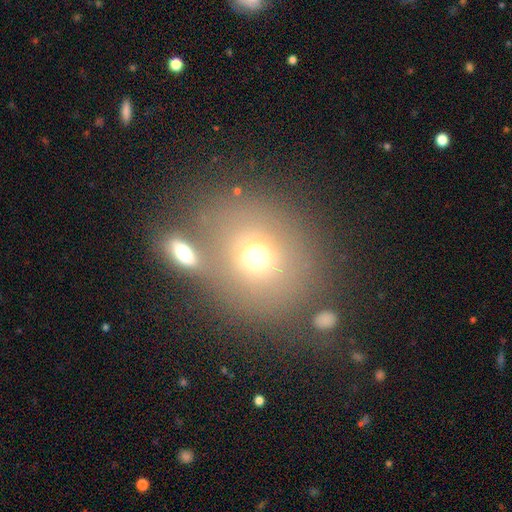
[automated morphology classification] Smooth or featured: smooth — 70% (star or artifact — 15%)
How rounded: round — 72% (in between — 27%)
Merging: none — 53% (merger — 31%)